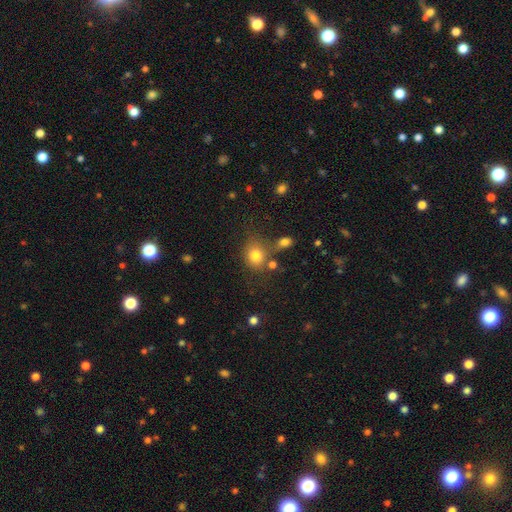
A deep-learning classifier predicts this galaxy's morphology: smooth-or-featured: smooth: 79% | star or artifact: 12% | featured or disk: 8%
  how-rounded: round: 66% | in between: 33% | cigar-shaped: 1%
  merging: none: 61% | merger: 17% | minor disturbance: 15% | major disturbance: 7%